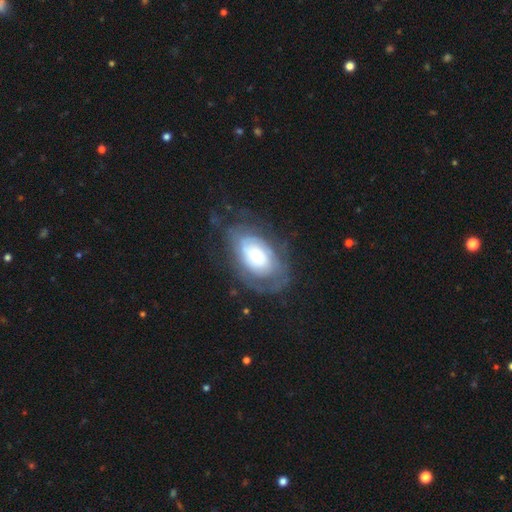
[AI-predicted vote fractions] Q: Smooth or featured?
A: featured or disk (64%); runner-up: smooth (29%)
Q: Edge-on disk?
A: no (95%); runner-up: yes (5%)
Q: Bar?
A: no (83%); runner-up: weak (14%)
Q: Spiral arms?
A: yes (72%); runner-up: no (28%)
Q: Bulge size?
A: large (34%); runner-up: small (28%)
Q: Merging?
A: none (61%); runner-up: minor disturbance (21%)